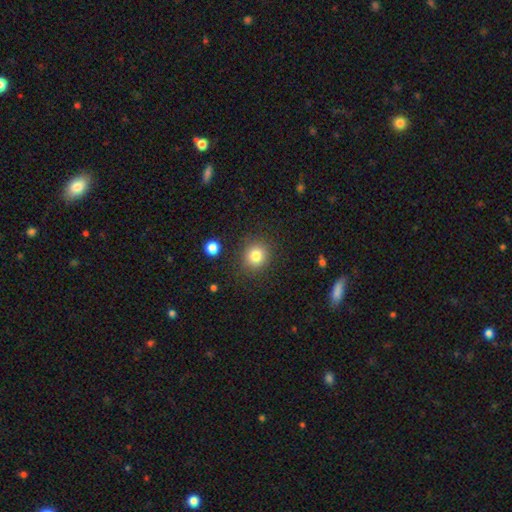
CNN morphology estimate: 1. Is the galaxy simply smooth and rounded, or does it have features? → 82% smooth, 11% star or artifact, 7% featured or disk.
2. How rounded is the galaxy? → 86% round, 13% in between, 1% cigar-shaped.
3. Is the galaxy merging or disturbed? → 86% none, 8% minor disturbance, 3% major disturbance, 2% merger.